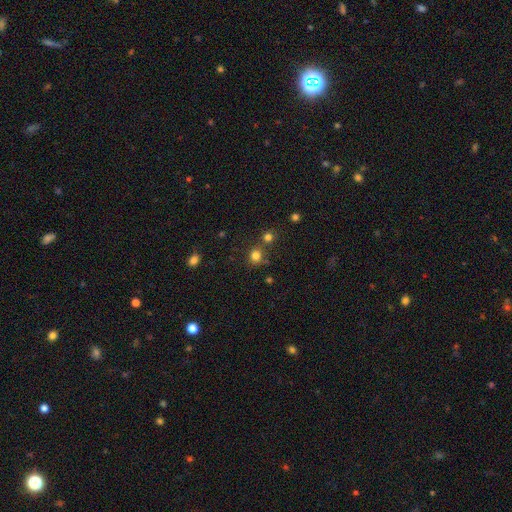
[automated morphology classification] Smooth or featured: smooth — 77% (star or artifact — 17%)
How rounded: round — 86% (in between — 13%)
Merging: none — 67% (merger — 20%)